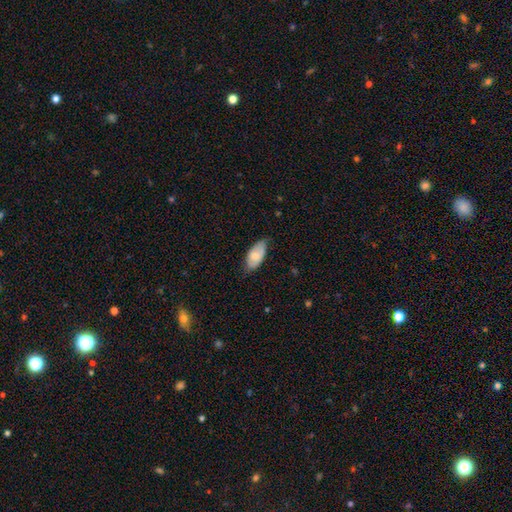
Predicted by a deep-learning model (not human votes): smooth_or_featured: smooth (p=0.73) [alt: featured or disk p=0.21]
how_rounded: in between (p=0.93) [alt: cigar-shaped p=0.05]
merging: none (p=0.64) [alt: minor disturbance p=0.30]